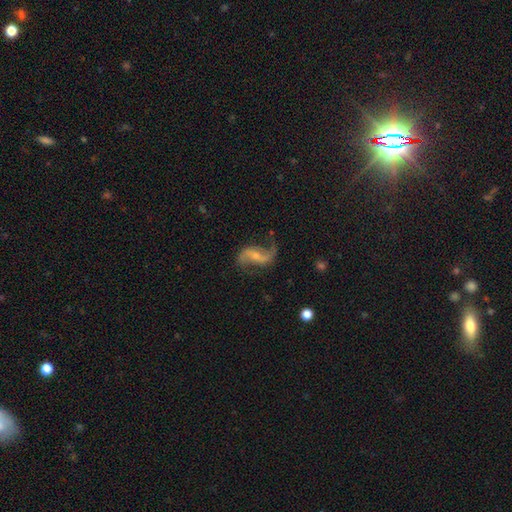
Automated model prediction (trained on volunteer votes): A featured or disk galaxy (87%) with a weak bar (42%), 2 (91%) loose (77%) spiral arms (96%) and a small central bulge (58%). Merging: none (70%).